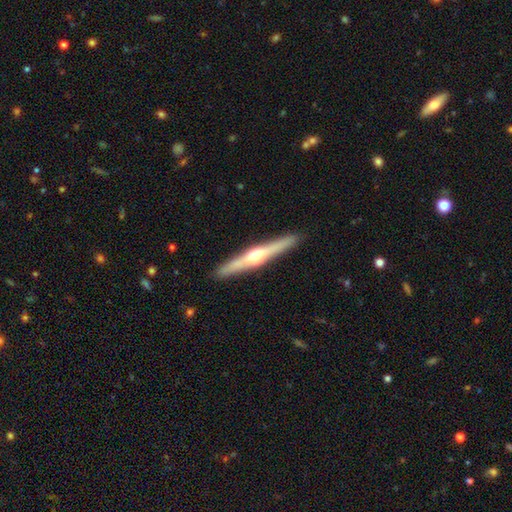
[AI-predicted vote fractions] The model was most divided on "smooth or featured": featured or disk: 70%, smooth: 25%, star or artifact: 5%. More confident: edge-on disk — yes (97%); merging — none (91%); edge-on bulge — rounded (90%).